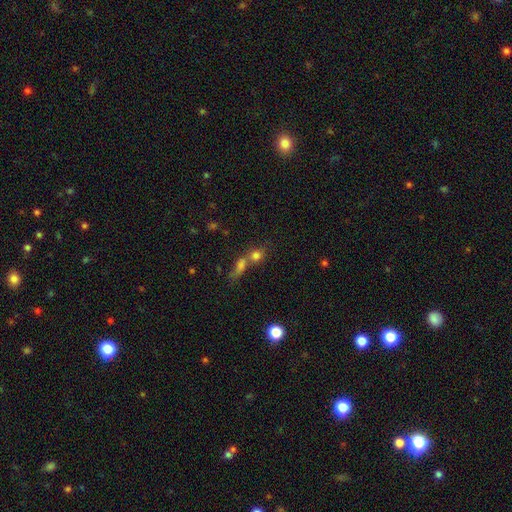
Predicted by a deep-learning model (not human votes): This is likely a smooth galaxy (73%). How rounded: possibly round (60%). Merging: possibly merger (58%).